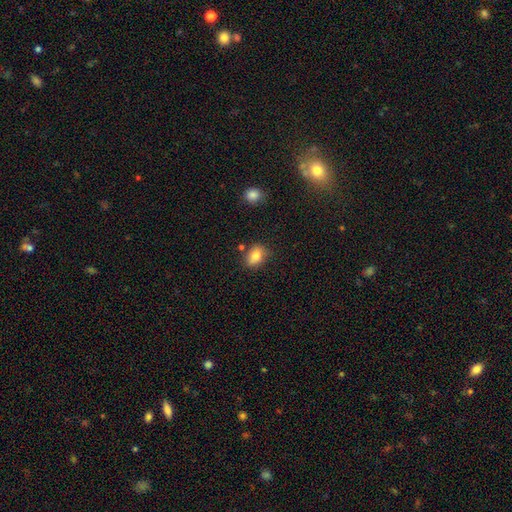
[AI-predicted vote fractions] Smooth or featured? smooth (81%)
How rounded? in between (65%)
Merging? none (73%)